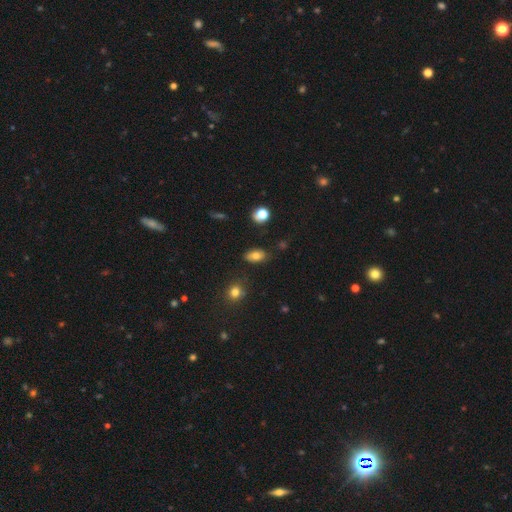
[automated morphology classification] Smooth or featured? smooth (78%)
How rounded? in between (89%)
Merging? none (80%)